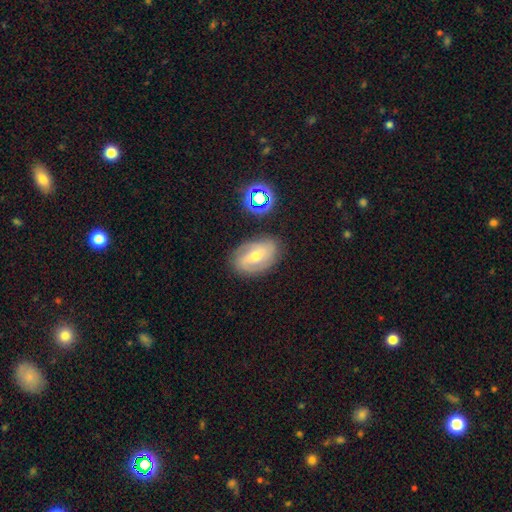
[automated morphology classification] Smooth or featured?
  - featured or disk: 68% *
  - smooth: 23%
  - star or artifact: 9%
Edge-on disk?
  - no: 95% *
  - yes: 5%
Bar?
  - weak: 44% *
  - no: 31%
  - strong: 25%
Spiral arms?
  - yes: 87% *
  - no: 13%
Spiral winding?
  - medium: 41% *
  - tight: 39%
  - loose: 20%
Spiral arm count?
  - 2: 63% *
  - can't tell: 18%
  - 3: 10%
  - 1: 3%
  - 4: 2%
  - more than 4: 2%
Bulge size?
  - moderate: 53% *
  - small: 43%
  - large: 2%
  - none: 1%
  - dominant: 1%
Merging?
  - none: 80% *
  - minor disturbance: 14%
  - major disturbance: 4%
  - merger: 2%